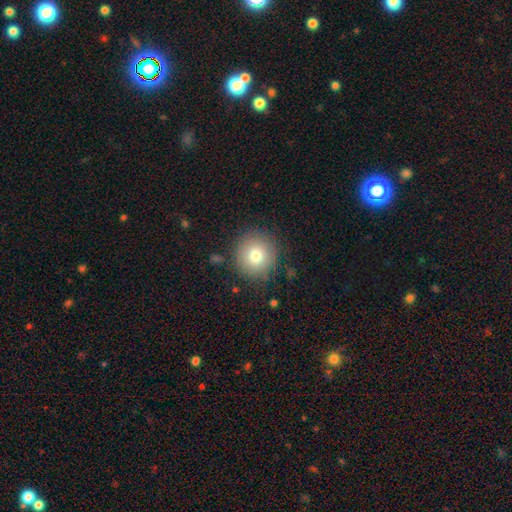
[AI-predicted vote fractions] This is likely a smooth galaxy (76%). How rounded: clearly round (93%). Merging: clearly none (86%).